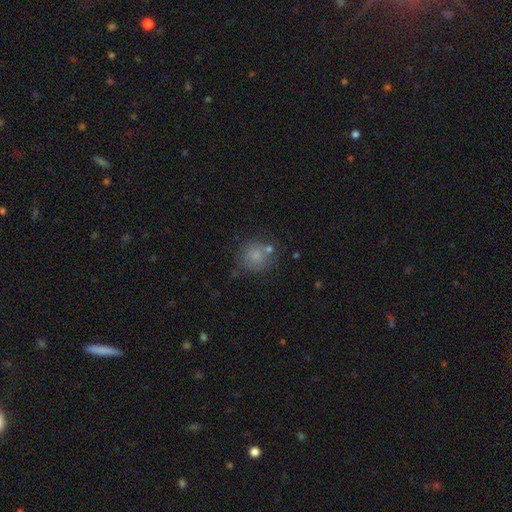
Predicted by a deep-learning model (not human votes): Smooth or featured? smooth (71%)
How rounded? round (88%)
Merging? none (65%)